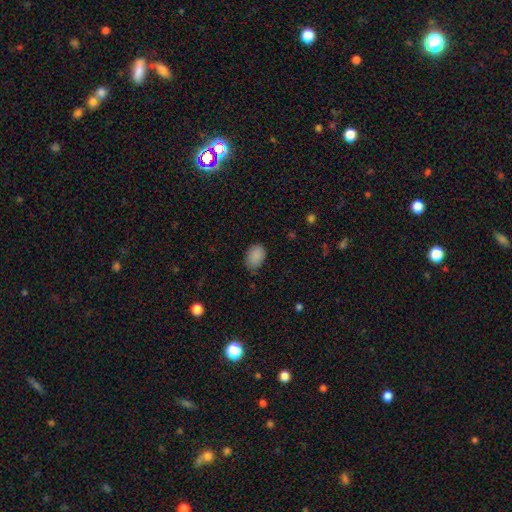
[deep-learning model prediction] Smooth or featured? Predicted: smooth (p=0.88). How rounded? Predicted: in between (p=0.81). Merging? Predicted: none (p=0.70).